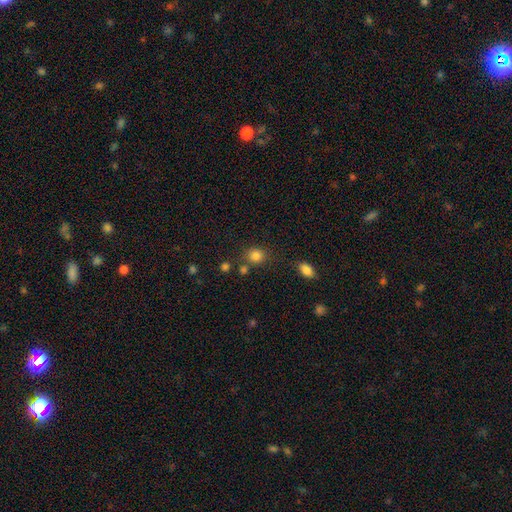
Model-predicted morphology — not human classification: The model was most divided on "how rounded": round: 76%, in between: 23%, cigar-shaped: 1%. More confident: smooth or featured — smooth (84%); merging — none (72%).